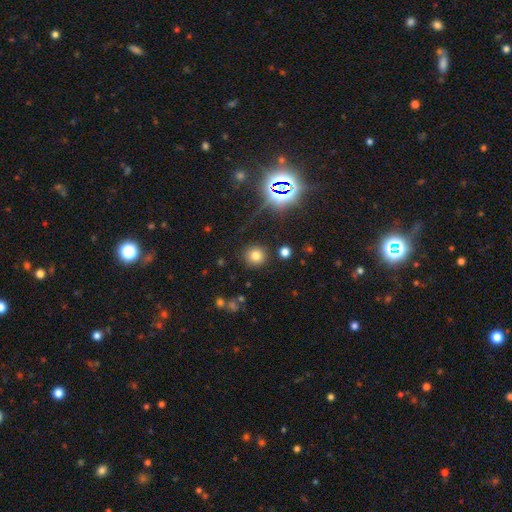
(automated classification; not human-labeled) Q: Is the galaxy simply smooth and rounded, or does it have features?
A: smooth — 73%.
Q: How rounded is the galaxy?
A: round — 93%.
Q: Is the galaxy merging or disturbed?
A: none — 88%.